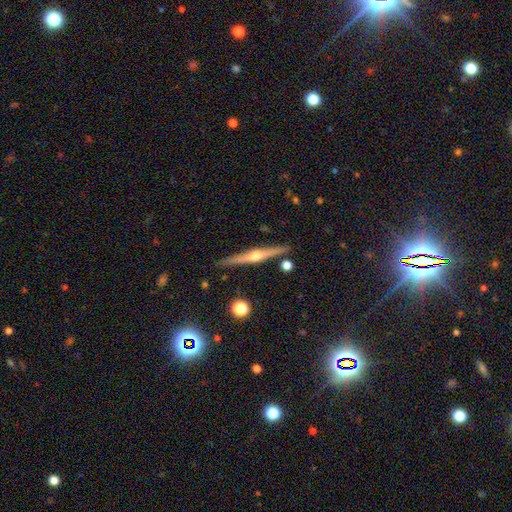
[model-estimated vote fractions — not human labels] The model was most divided on "smooth or featured": featured or disk: 79%, smooth: 13%, star or artifact: 8%. More confident: edge-on disk — yes (98%); edge-on bulge — rounded (93%); merging — none (91%).